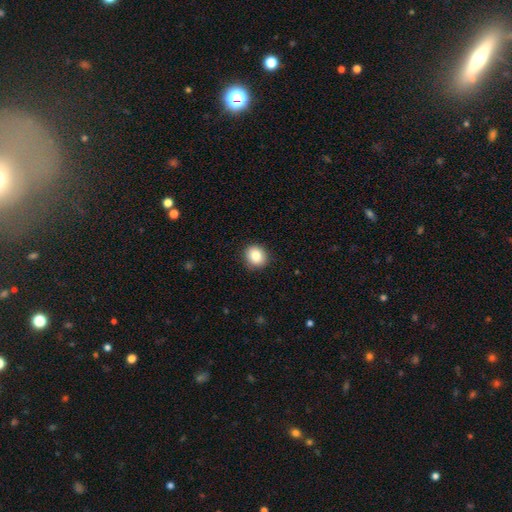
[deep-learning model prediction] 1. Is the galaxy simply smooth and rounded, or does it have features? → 86% smooth, 9% star or artifact, 5% featured or disk.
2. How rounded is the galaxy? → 81% round, 18% in between, 1% cigar-shaped.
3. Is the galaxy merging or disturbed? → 89% none, 8% minor disturbance, 2% major disturbance, 1% merger.